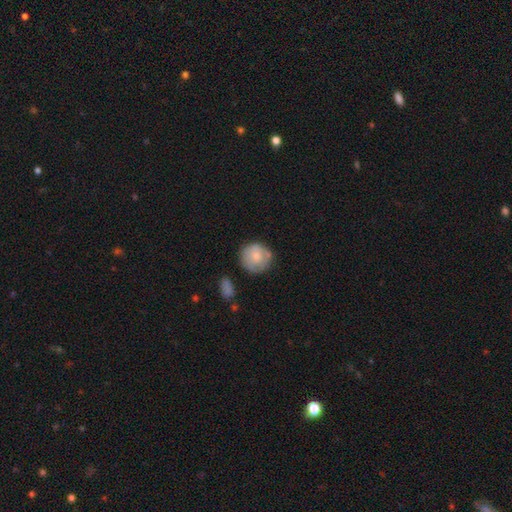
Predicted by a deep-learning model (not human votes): A smooth galaxy with no disk features (72%) that is round (90%).

Vote fractions:
- Smooth or featured? smooth: 72% / featured or disk: 21% / star or artifact: 6%
- How rounded? round: 90% / in between: 9% / cigar-shaped: 1%
- Merging? none: 68% / minor disturbance: 22% / major disturbance: 5% / merger: 5%